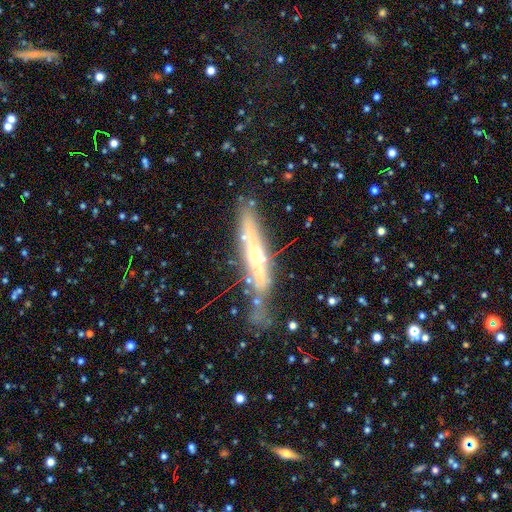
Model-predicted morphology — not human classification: Smooth or featured? featured or disk (70%)
Edge-on disk? yes (80%)
Edge-on bulge? rounded (78%)
Merging? none (62%)